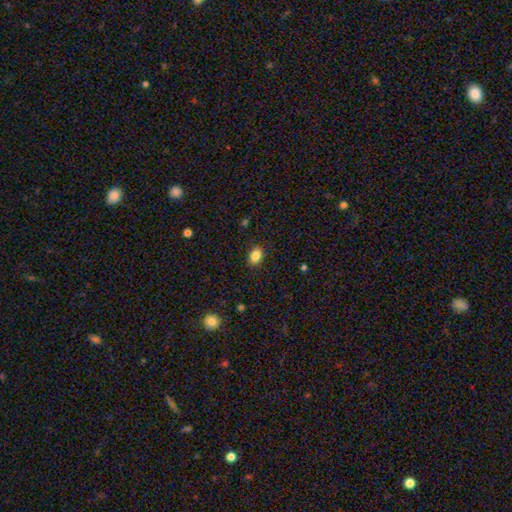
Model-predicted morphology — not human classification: A smooth galaxy with no disk features (86%) that is in between round and cigar-shaped (78%).

Vote fractions:
- Smooth or featured? smooth: 86% / star or artifact: 9% / featured or disk: 4%
- How rounded? in between: 78% / round: 21% / cigar-shaped: 1%
- Merging? none: 88% / minor disturbance: 9% / major disturbance: 2% / merger: 1%